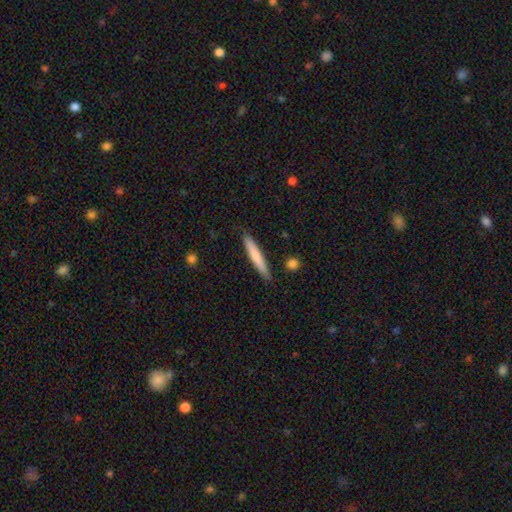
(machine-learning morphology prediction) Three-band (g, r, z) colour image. It shows a smooth galaxy with no disk features (72%) that is cigar-shaped (95%). Merging: none (88%).